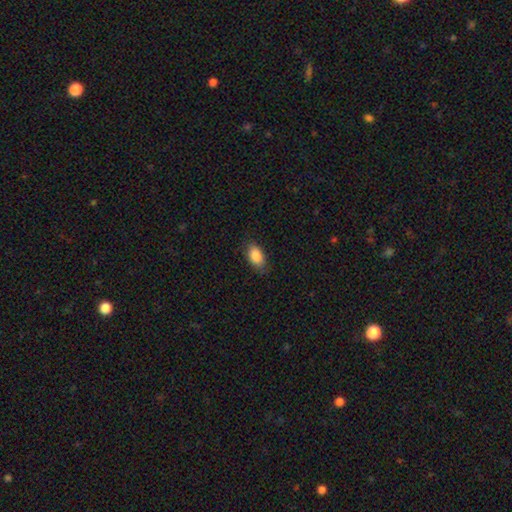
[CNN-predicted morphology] smooth 88%, star or artifact 7%, featured or disk 5%. Down the decision tree: how rounded — in between (90%); merging — none (81%).